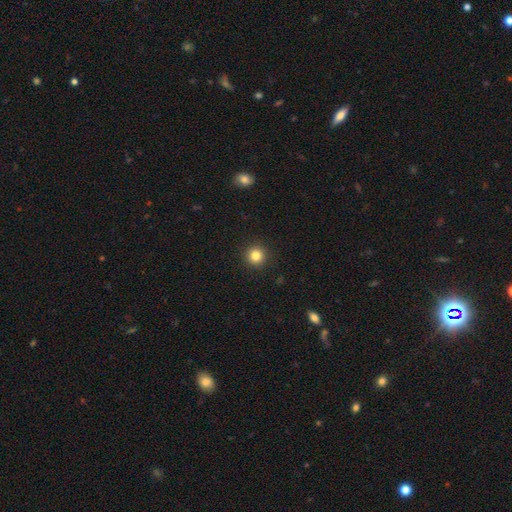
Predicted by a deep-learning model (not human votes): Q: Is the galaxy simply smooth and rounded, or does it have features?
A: smooth — 83%.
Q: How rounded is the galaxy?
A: round — 95%.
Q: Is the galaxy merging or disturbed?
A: none — 93%.